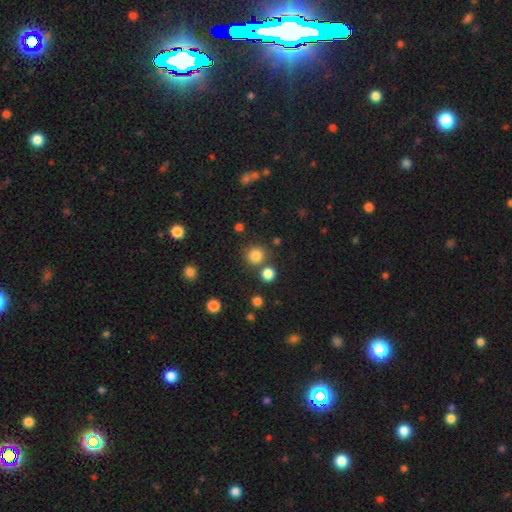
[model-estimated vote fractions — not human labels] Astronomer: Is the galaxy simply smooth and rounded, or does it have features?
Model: smooth — 82%.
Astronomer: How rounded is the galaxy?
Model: round — 92%.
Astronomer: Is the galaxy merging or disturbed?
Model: none — 78%.